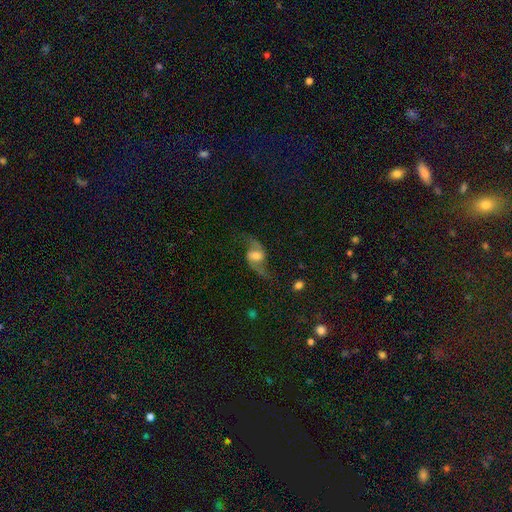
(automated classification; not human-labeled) Smooth or featured? featured or disk (81%)
Edge-on disk? no (95%)
Bar? weak (50%)
Spiral arms? yes (95%)
Spiral winding? loose (76%)
Spiral arm count? 2 (93%)
Bulge size? moderate (47%)
Merging? none (70%)